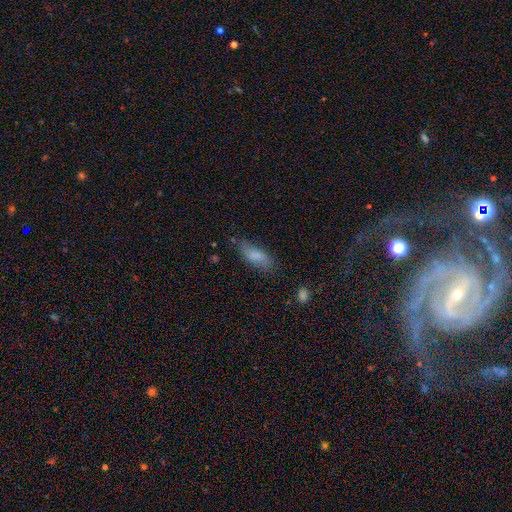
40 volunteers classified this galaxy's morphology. smooth 82%, featured or disk 10%, star or artifact 8%. Down the decision tree: how rounded — in between (76%); merging — none (76%).